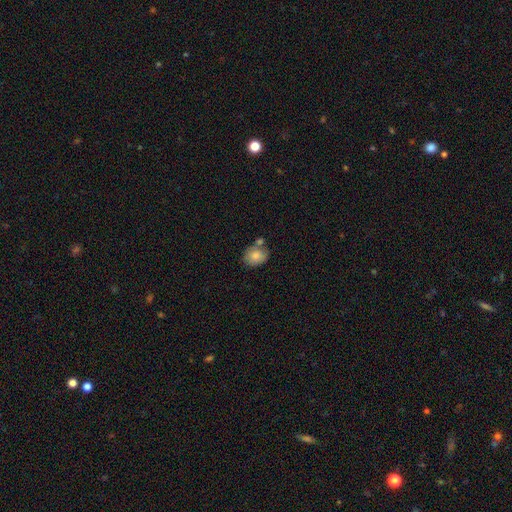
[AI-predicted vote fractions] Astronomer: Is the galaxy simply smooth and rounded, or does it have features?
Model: smooth — 79%.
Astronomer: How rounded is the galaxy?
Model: in between — 51% (runner-up: round, 48%).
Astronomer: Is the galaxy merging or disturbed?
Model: none — 55%.